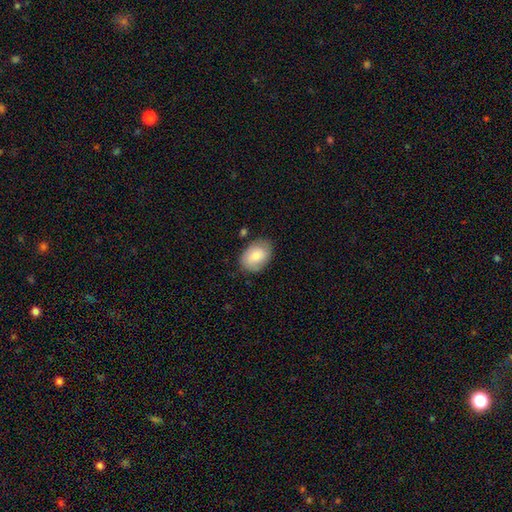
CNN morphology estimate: Smooth or featured?
  - smooth: 75% *
  - featured or disk: 18%
  - star or artifact: 6%
How rounded?
  - in between: 81% *
  - round: 18%
  - cigar-shaped: 1%
Merging?
  - none: 78% *
  - minor disturbance: 17%
  - major disturbance: 4%
  - merger: 2%